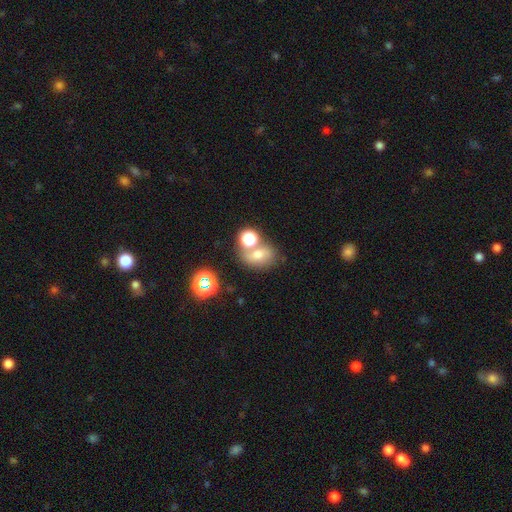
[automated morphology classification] Overall: smooth (62%). How rounded: in between (56%; round 43%). Merging: none (48%; merger 34%).